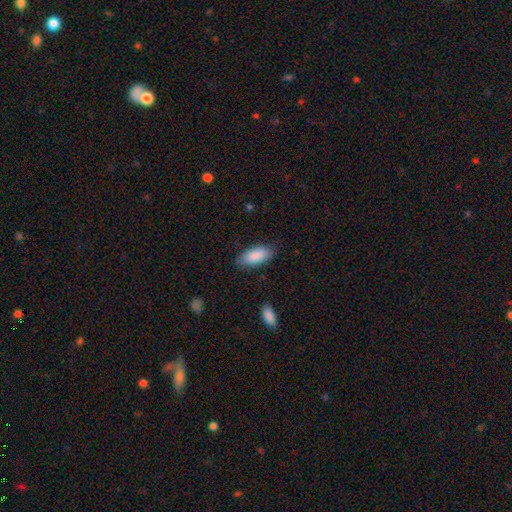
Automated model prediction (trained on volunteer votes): Smooth or featured?
  - smooth: 89% *
  - featured or disk: 6%
  - star or artifact: 6%
How rounded?
  - in between: 87% *
  - cigar-shaped: 11%
  - round: 2%
Merging?
  - none: 83% *
  - minor disturbance: 13%
  - major disturbance: 3%
  - merger: 1%